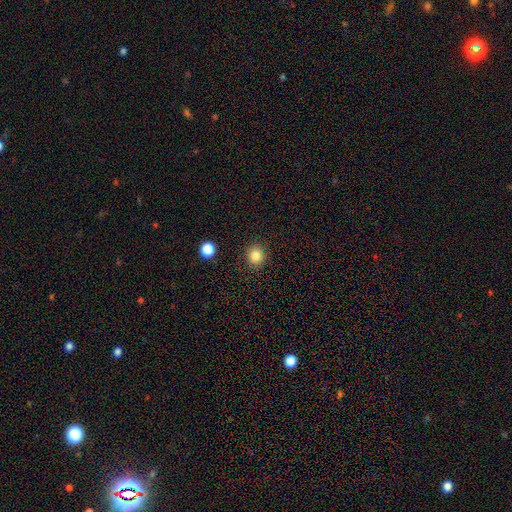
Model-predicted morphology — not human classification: The model was most divided on "how rounded": round: 83%, in between: 16%, cigar-shaped: 1%. More confident: merging — none (90%); smooth or featured — smooth (83%).